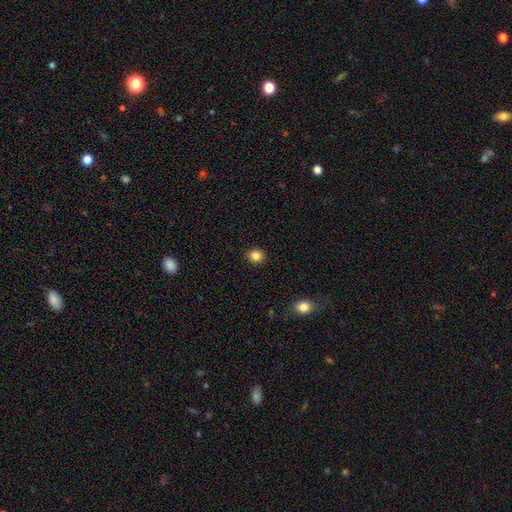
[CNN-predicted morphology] type=smooth (84%); roundness=round (82%); merging=none (91%).